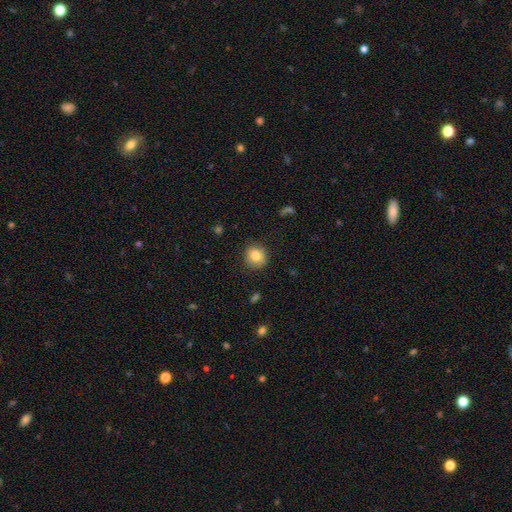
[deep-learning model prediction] The model was most divided on "how rounded": round: 84%, in between: 15%, cigar-shaped: 1%. More confident: merging — none (85%); smooth or featured — smooth (82%).